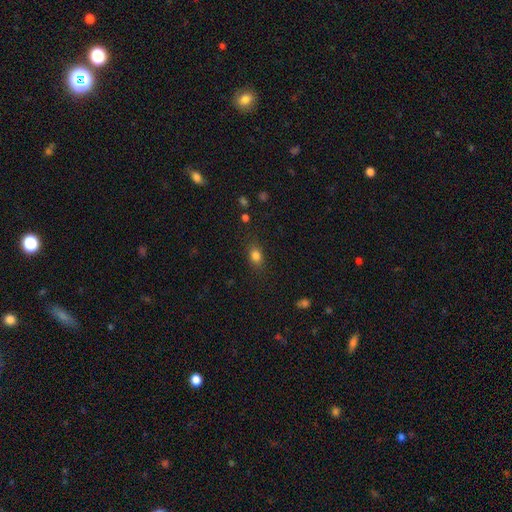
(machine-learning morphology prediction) Smooth or featured?
  - smooth: 82% *
  - star or artifact: 11%
  - featured or disk: 7%
How rounded?
  - in between: 68% *
  - round: 29%
  - cigar-shaped: 3%
Merging?
  - none: 82% *
  - minor disturbance: 13%
  - major disturbance: 4%
  - merger: 1%